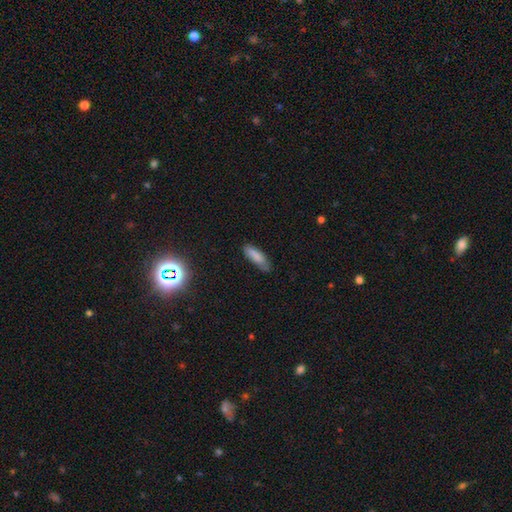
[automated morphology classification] This is clearly a smooth galaxy (82%). How rounded: possibly in between (50%). Merging: likely none (74%).